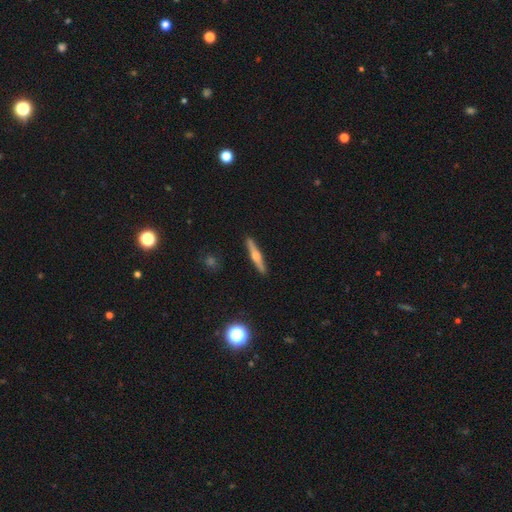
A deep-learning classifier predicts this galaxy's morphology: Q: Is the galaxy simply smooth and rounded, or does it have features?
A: featured or disk — 66%.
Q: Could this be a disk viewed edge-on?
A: yes — 97%.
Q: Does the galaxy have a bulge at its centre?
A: rounded — 90%.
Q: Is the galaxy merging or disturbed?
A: none — 92%.